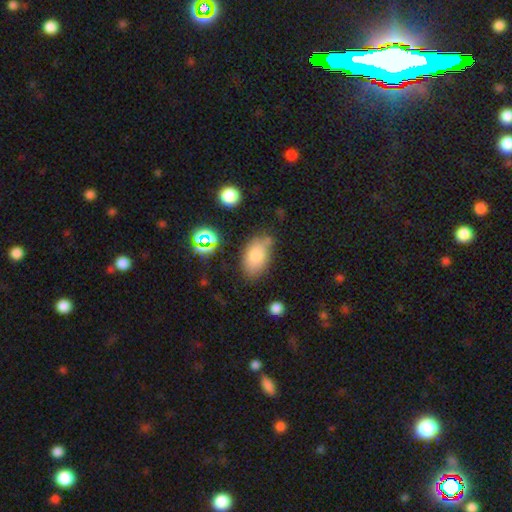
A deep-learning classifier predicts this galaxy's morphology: A smooth galaxy with no disk features (78%) that is in between round and cigar-shaped (90%). Merging: none (64%).